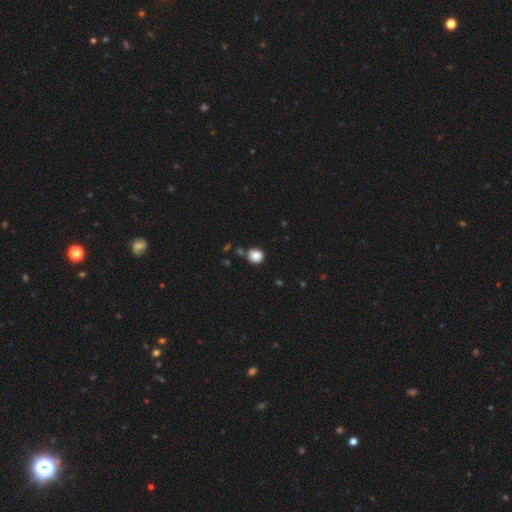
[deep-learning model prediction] Q: Smooth or featured?
A: smooth (85%); runner-up: star or artifact (10%)
Q: How rounded?
A: round (89%); runner-up: in between (10%)
Q: Merging?
A: none (81%); runner-up: minor disturbance (10%)